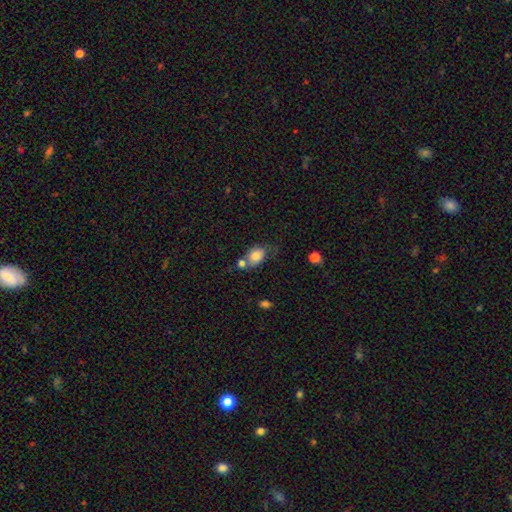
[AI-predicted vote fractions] Smooth or featured? Predicted: smooth (p=0.78). How rounded? Predicted: in between (p=0.68). Merging? Predicted: none (p=0.42).